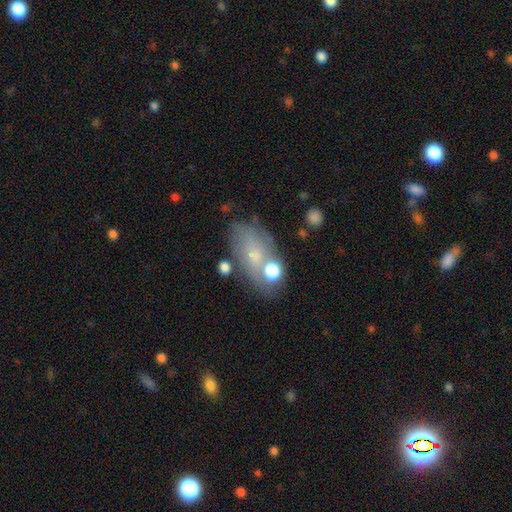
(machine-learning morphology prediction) This is marginally a smooth galaxy (45%). Merging: possibly none (52%).